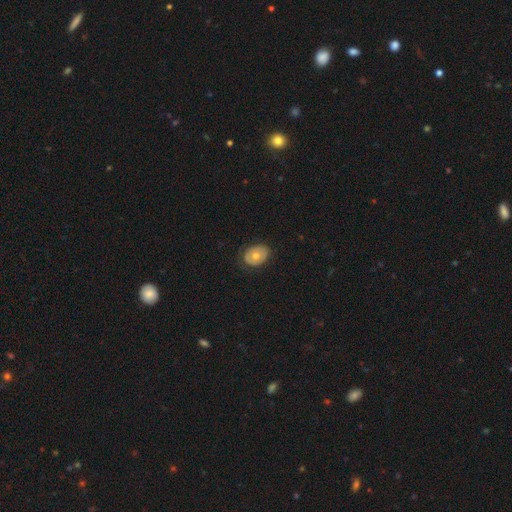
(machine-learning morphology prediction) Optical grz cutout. It shows a smooth galaxy with no disk features (57%) that is in between round and cigar-shaped (64%). Merging: none (75%).